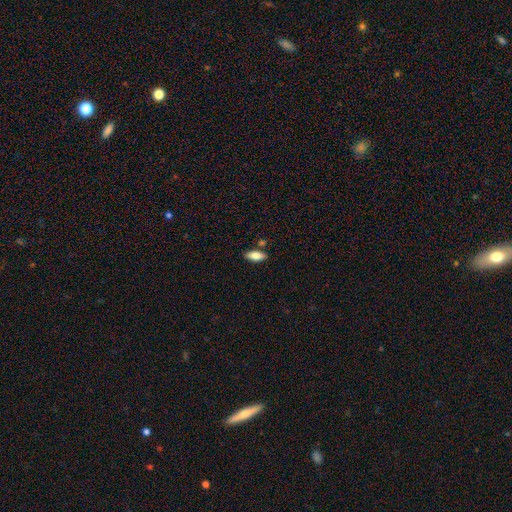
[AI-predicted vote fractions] smooth_or_featured: smooth (p=0.79) [alt: featured or disk p=0.15]
how_rounded: in between (p=0.74) [alt: cigar-shaped p=0.23]
merging: none (p=0.82) [alt: minor disturbance p=0.10]